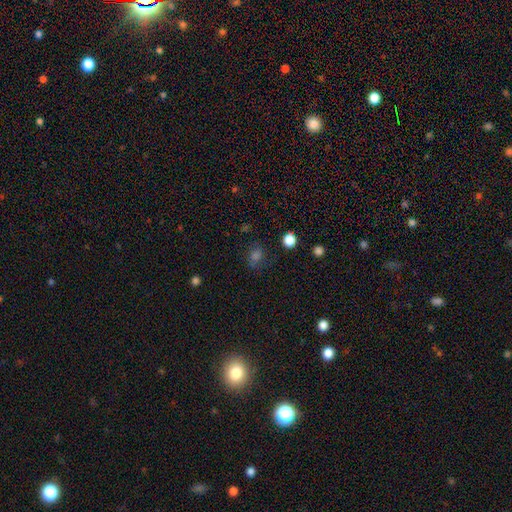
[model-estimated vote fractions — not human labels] Smooth or featured? smooth (59%)
How rounded? in between (51%)
Merging? none (70%)